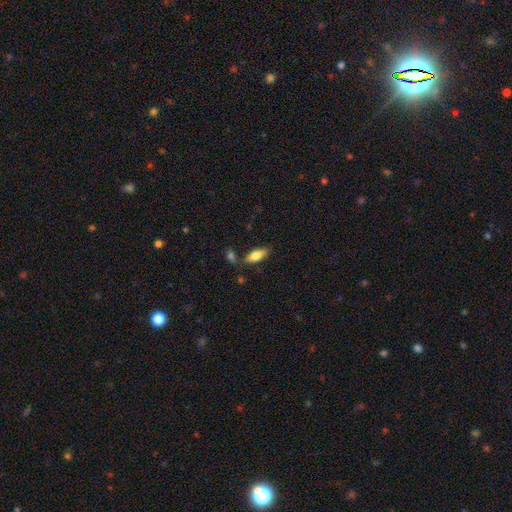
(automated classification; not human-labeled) A smooth galaxy with no disk features (72%) that is in between round and cigar-shaped (70%). Merging: none (74%).